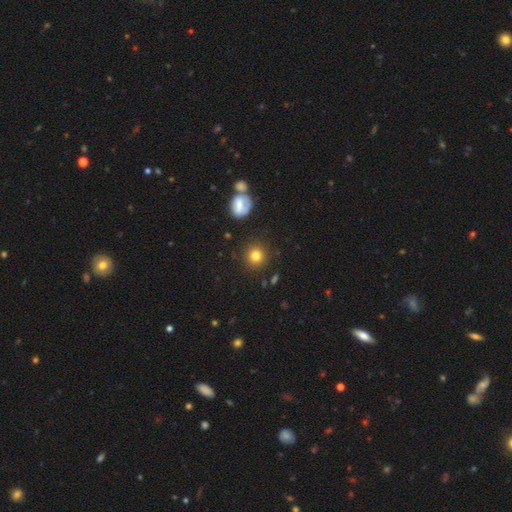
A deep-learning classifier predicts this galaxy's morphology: smooth 79%, star or artifact 13%, featured or disk 8%. Down the decision tree: how rounded — round (92%); merging — none (88%).